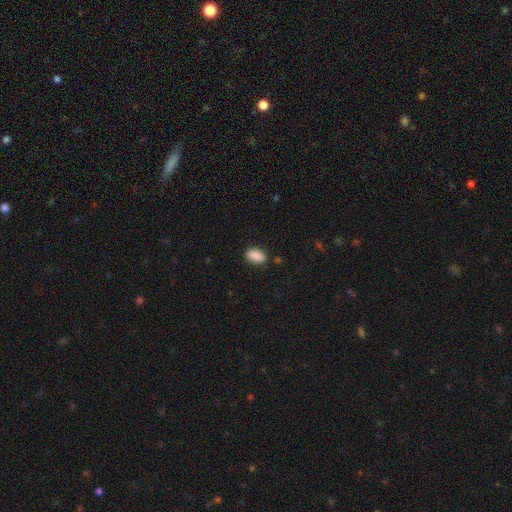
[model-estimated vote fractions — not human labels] Smooth or featured? Predicted: smooth (p=0.89). How rounded? Predicted: in between (p=0.91). Merging? Predicted: none (p=0.83).